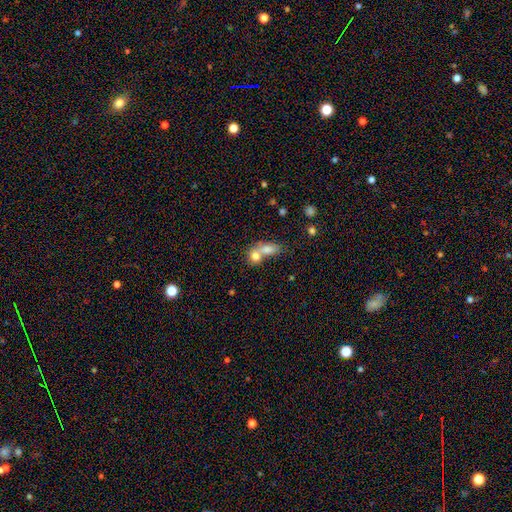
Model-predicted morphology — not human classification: Smooth or featured? smooth (76%)
How rounded? in between (53%)
Merging? merger (67%)